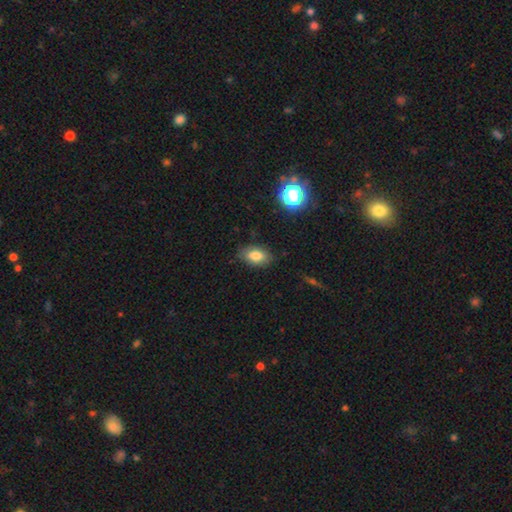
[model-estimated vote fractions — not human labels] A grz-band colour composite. It shows a smooth galaxy with no disk features (80%) that is in between round and cigar-shaped (89%). Merging: none (82%).